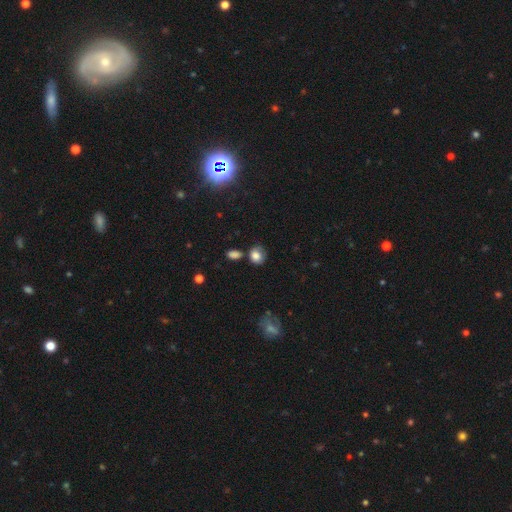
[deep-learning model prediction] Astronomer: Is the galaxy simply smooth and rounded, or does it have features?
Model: smooth — 81%.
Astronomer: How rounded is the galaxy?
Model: round — 60% (runner-up: in between, 38%).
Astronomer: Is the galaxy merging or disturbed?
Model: none — 58%.